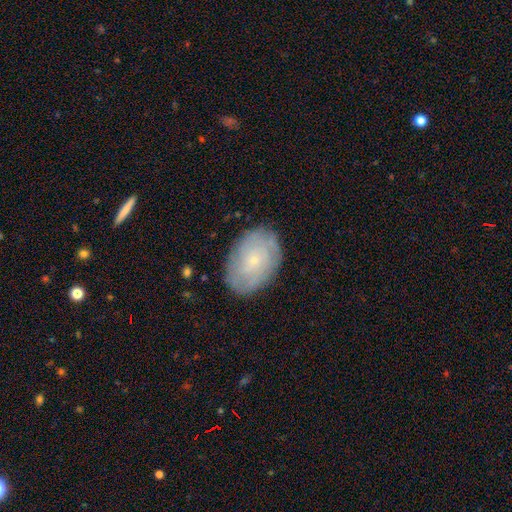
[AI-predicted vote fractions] This is possibly a featured or disk galaxy (53%). It is clearly not viewed edge-on (95%). Bar: clearly no (81%). Spiral arm pattern: clearly yes (81%). Central bulge: likely small (73%). Merging: clearly none (82%).